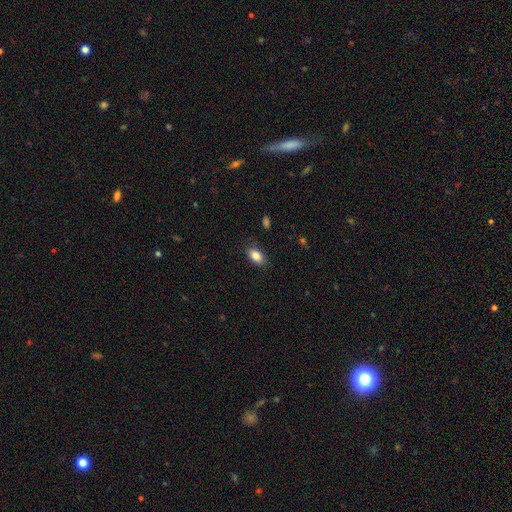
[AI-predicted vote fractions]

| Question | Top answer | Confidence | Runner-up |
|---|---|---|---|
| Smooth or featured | smooth | 86% | star or artifact (8%) |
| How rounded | in between | 90% | round (7%) |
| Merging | none | 84% | minor disturbance (12%) |